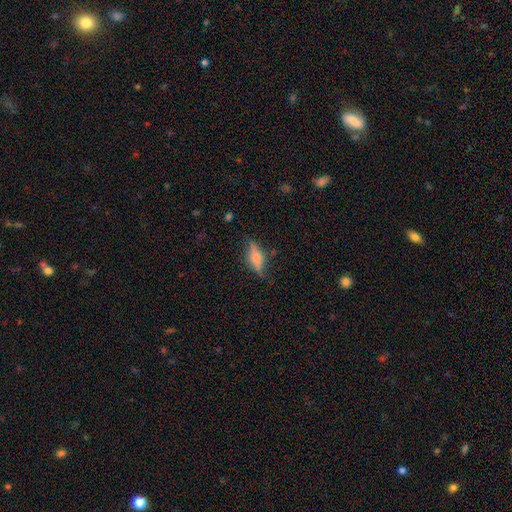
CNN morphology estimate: The model was most divided on "smooth or featured": featured or disk: 47%, smooth: 44%, star or artifact: 8%. More confident: merging — none (74%).